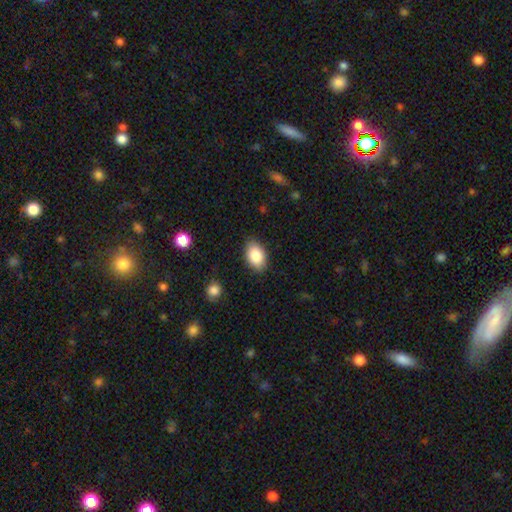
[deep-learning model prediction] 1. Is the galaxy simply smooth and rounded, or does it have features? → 86% smooth, 7% star or artifact, 7% featured or disk.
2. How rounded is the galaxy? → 90% in between, 9% round, 1% cigar-shaped.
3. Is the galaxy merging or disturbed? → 85% none, 11% minor disturbance, 2% major disturbance, 1% merger.